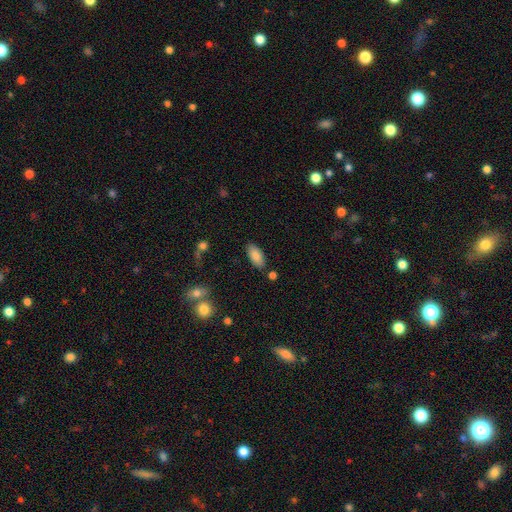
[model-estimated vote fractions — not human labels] This is clearly a smooth galaxy (85%). How rounded: clearly in between (90%). Merging: clearly none (83%).